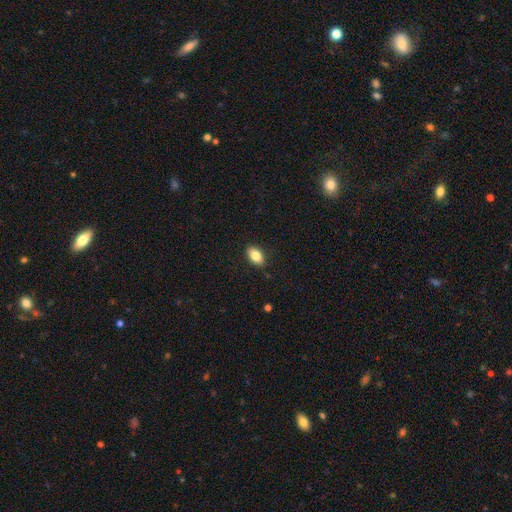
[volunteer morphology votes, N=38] A smooth galaxy with no disk features (84%) that is in between round and cigar-shaped (97%). Merging: none (89%).